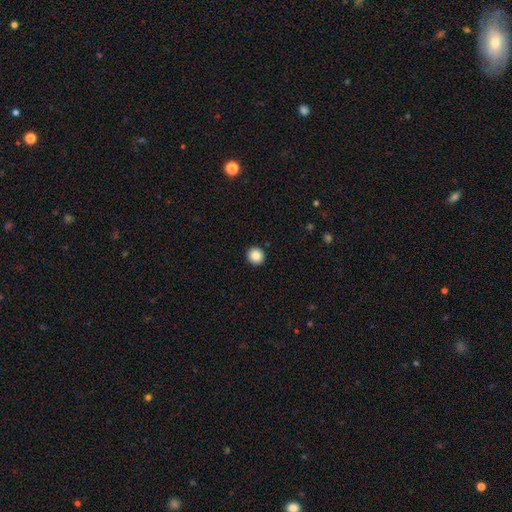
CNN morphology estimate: smooth-or-featured: smooth: 86% | star or artifact: 9% | featured or disk: 5%
  how-rounded: round: 93% | in between: 6% | cigar-shaped: 1%
  merging: none: 93% | minor disturbance: 4% | major disturbance: 1% | merger: 1%